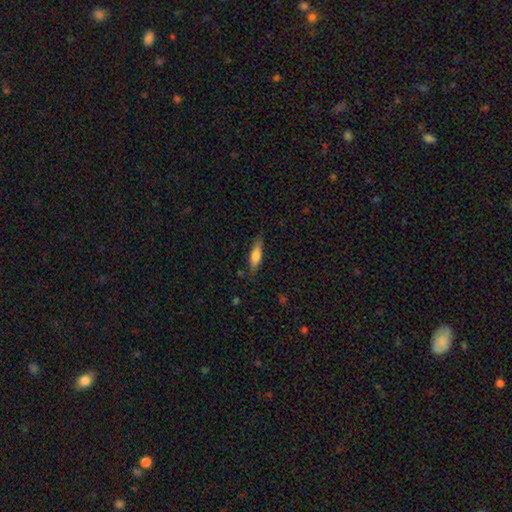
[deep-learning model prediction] Overall: smooth (71%). How rounded: cigar-shaped (58%; in between 40%). Merging: none (80%).